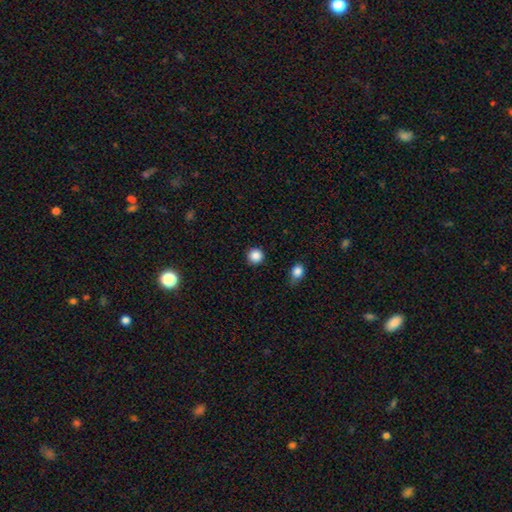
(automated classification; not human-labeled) Smooth or featured? Predicted: smooth (p=0.87). How rounded? Predicted: round (p=0.95). Merging? Predicted: none (p=0.90).